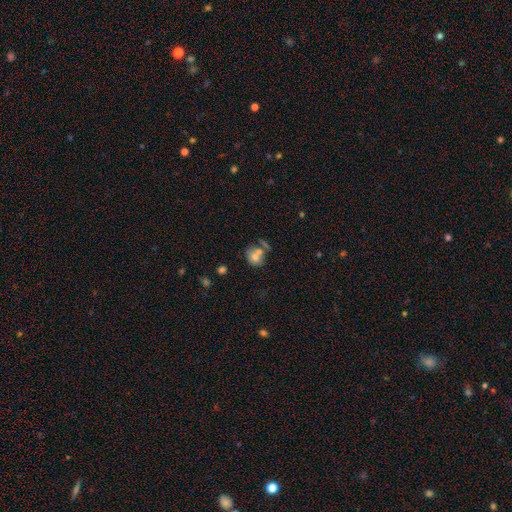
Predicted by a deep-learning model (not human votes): Q: Smooth or featured?
A: smooth (71%); runner-up: featured or disk (18%)
Q: How rounded?
A: round (70%); runner-up: in between (29%)
Q: Merging?
A: none (42%); runner-up: merger (39%)